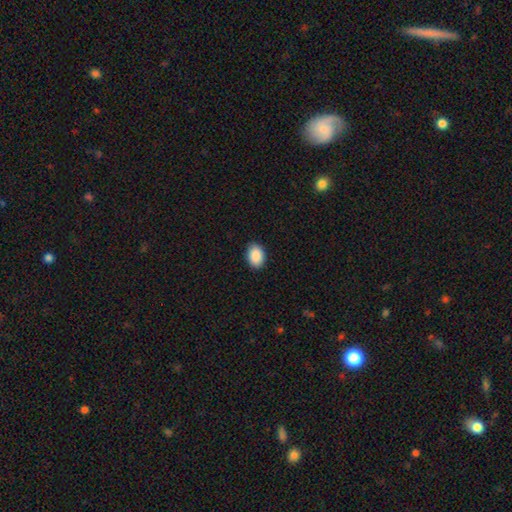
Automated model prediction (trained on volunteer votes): This appears to be a smooth galaxy with no disk features (90%) that is in between round and cigar-shaped (80%). Merging: none (90%).